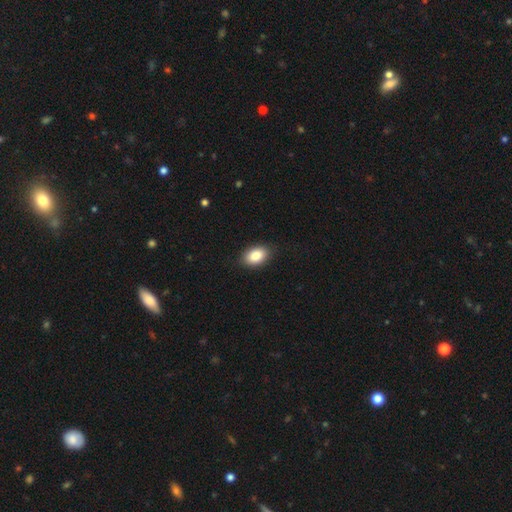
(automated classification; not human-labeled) Smooth or featured?
  - smooth: 86% *
  - star or artifact: 7%
  - featured or disk: 7%
How rounded?
  - in between: 89% *
  - round: 10%
  - cigar-shaped: 1%
Merging?
  - none: 88% *
  - minor disturbance: 9%
  - major disturbance: 2%
  - merger: 1%